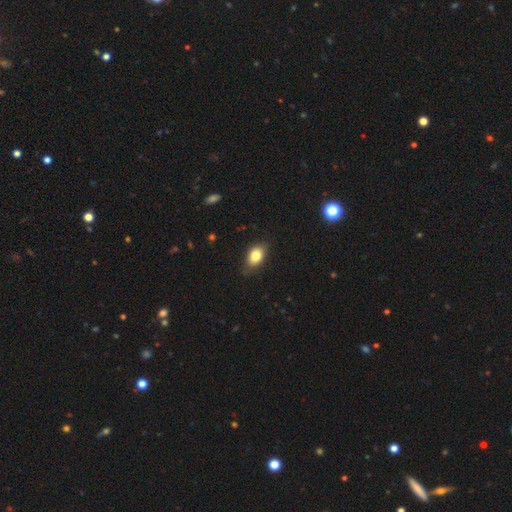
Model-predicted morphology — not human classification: Smooth or featured? Predicted: smooth (p=0.81). How rounded? Predicted: in between (p=0.78). Merging? Predicted: none (p=0.77).